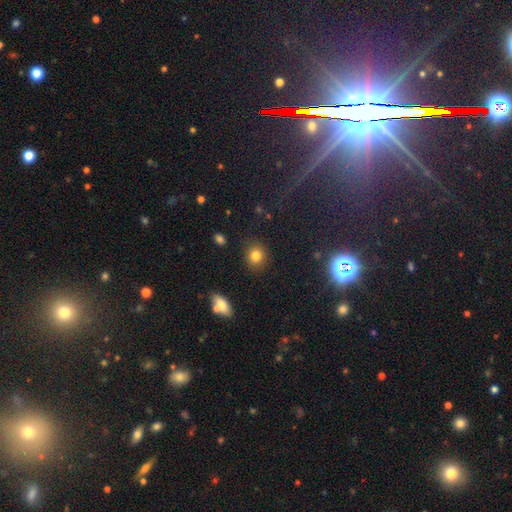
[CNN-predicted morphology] This appears to be a smooth galaxy with no disk features (81%) that is round (81%). Merging: none (87%).